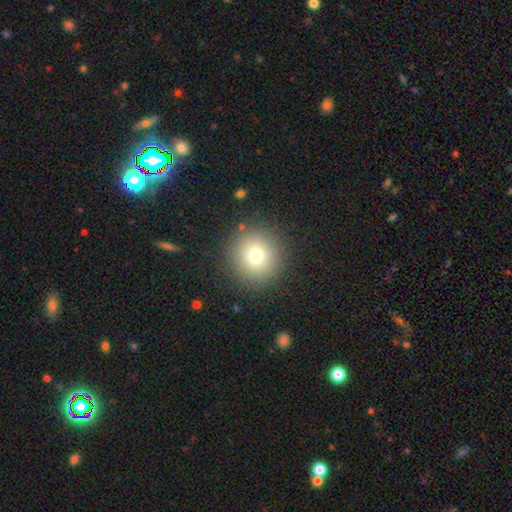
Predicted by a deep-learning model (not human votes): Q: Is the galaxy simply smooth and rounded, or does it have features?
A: smooth — 74%.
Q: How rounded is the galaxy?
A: round — 95%.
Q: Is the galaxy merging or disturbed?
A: none — 89%.